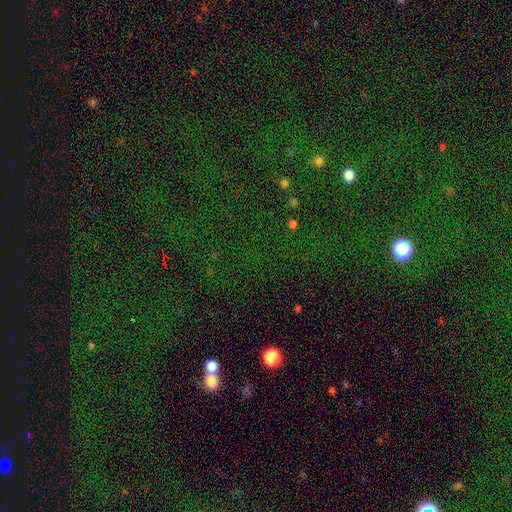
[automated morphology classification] Overall: star or artifact (74%).